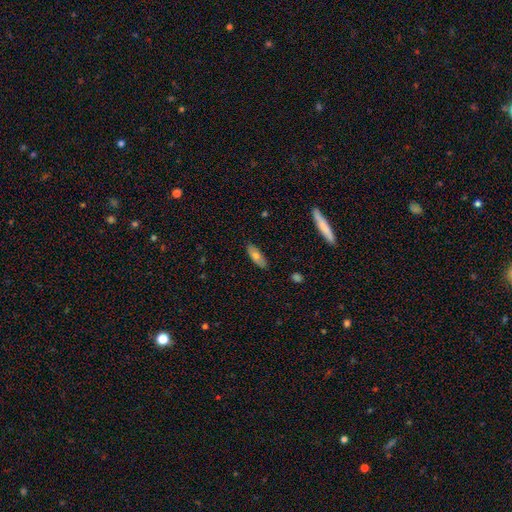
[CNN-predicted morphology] smooth_or_featured: smooth (p=0.66) [alt: featured or disk p=0.27]
how_rounded: in between (p=0.71) [alt: cigar-shaped p=0.27]
merging: none (p=0.85) [alt: minor disturbance p=0.12]